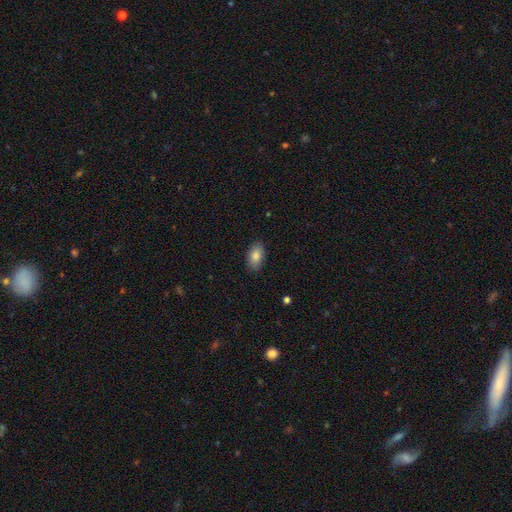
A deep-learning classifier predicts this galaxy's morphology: Smooth or featured? Predicted: smooth (p=0.84). How rounded? Predicted: in between (p=0.92). Merging? Predicted: none (p=0.85).